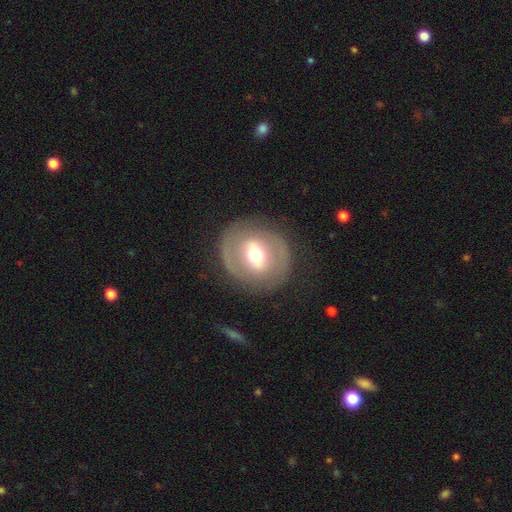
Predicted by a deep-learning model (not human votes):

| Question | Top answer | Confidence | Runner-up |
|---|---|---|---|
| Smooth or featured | featured or disk | 58% | smooth (35%) |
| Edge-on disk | no | 94% | yes (6%) |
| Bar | weak | 38% | strong (37%) |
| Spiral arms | no | 55% | yes (45%) |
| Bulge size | moderate | 67% | large (17%) |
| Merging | none | 81% | minor disturbance (11%) |